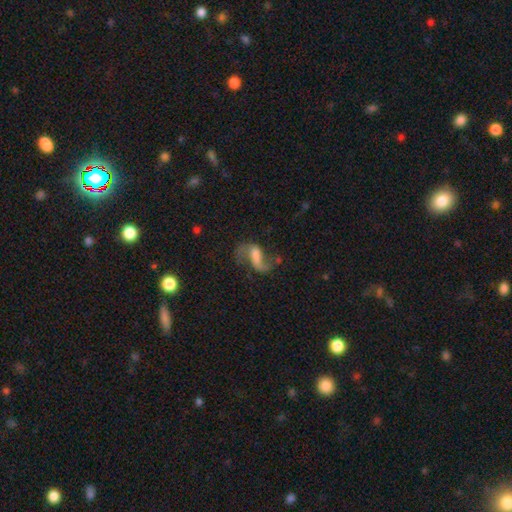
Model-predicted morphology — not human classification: smooth-or-featured: featured or disk: 70% | smooth: 20% | star or artifact: 10%
  disk-edge-on: no: 96% | yes: 4%
    bar: weak: 43% | strong: 31% | no: 27%
    has-spiral-arms: yes: 88% | no: 12%
      spiral-winding: loose: 74% | medium: 21% | tight: 4%
      spiral-arm-count: 2: 84% | 1: 9% | can't tell: 3% | 3: 1% | 4: 1% | more than 4: 1%
    bulge-size: none: 37% | moderate: 23% | large: 20% | small: 18% | dominant: 3%
  merging: none: 46% | major disturbance: 29% | minor disturbance: 19% | merger: 6%